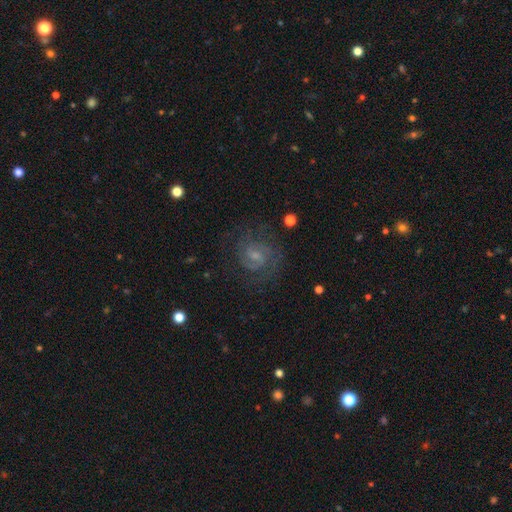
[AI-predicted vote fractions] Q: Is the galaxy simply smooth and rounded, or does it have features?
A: featured or disk — 78%.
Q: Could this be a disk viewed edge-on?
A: no — 98%.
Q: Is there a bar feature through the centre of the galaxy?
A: weak — 56%.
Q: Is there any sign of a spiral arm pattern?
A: yes — 95%.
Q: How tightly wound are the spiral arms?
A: tight — 49%.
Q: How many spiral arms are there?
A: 2 — 64%.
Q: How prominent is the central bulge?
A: small — 54%.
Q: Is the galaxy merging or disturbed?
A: none — 75%.